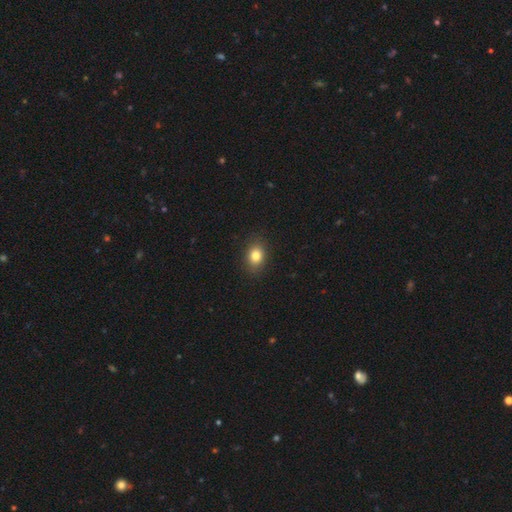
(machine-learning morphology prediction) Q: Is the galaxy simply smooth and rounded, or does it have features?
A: smooth — 82%.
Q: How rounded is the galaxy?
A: in between — 63%.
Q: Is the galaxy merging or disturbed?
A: none — 87%.